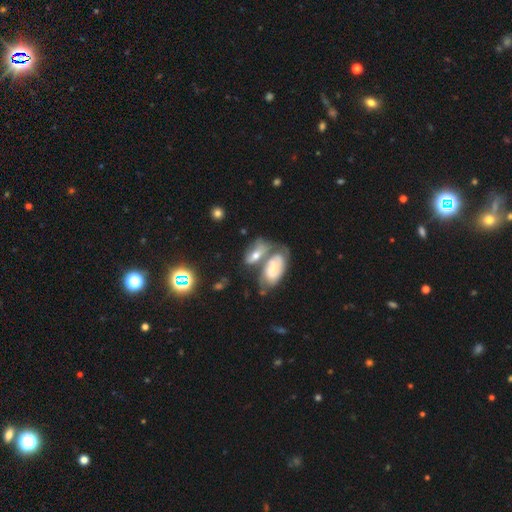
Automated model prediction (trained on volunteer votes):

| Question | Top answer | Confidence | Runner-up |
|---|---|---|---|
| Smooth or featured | featured or disk | 46% | smooth (43%) |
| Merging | merger | 48% | none (30%) |